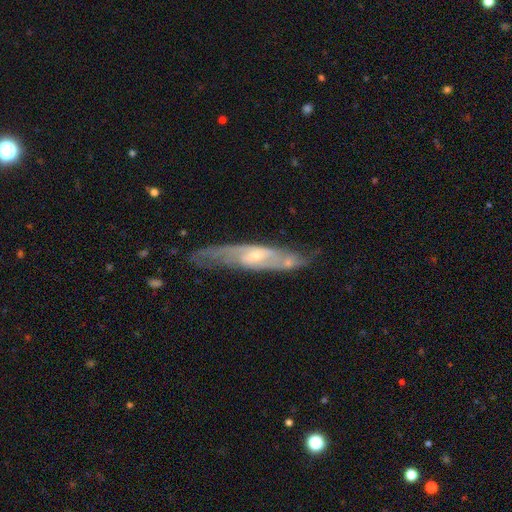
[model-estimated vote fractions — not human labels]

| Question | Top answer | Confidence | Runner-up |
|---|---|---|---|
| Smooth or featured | featured or disk | 81% | smooth (13%) |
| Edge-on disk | no | 67% | yes (33%) |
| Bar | no | 46% | weak (39%) |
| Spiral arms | yes | 88% | no (12%) |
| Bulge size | small | 64% | moderate (32%) |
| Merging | none | 66% | minor disturbance (21%) |